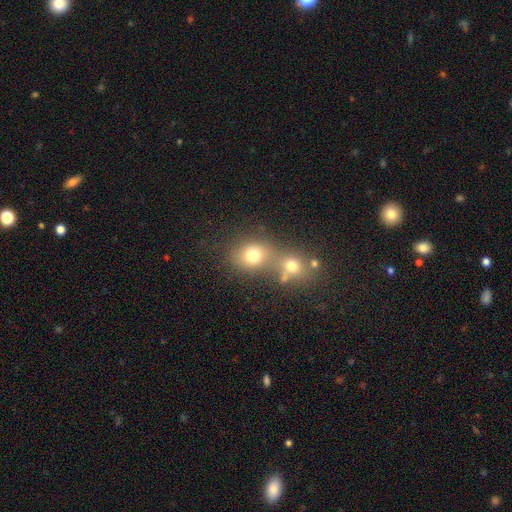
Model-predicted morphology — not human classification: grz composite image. It shows a smooth galaxy with no disk features (60%) that is round (76%). Merging: merger (54%).